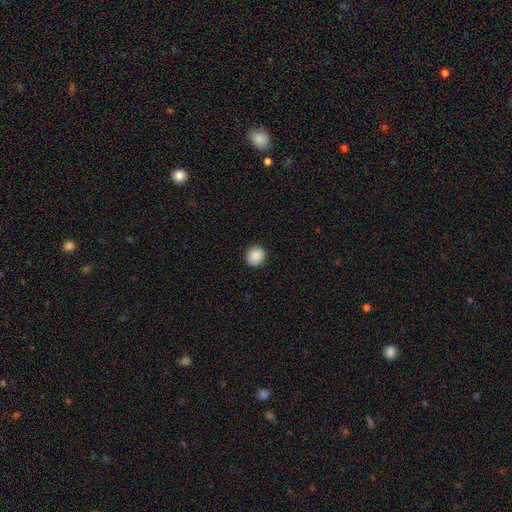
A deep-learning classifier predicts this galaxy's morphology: smooth 89%, star or artifact 8%, featured or disk 3%. Down the decision tree: how rounded — round (85%); merging — none (90%).